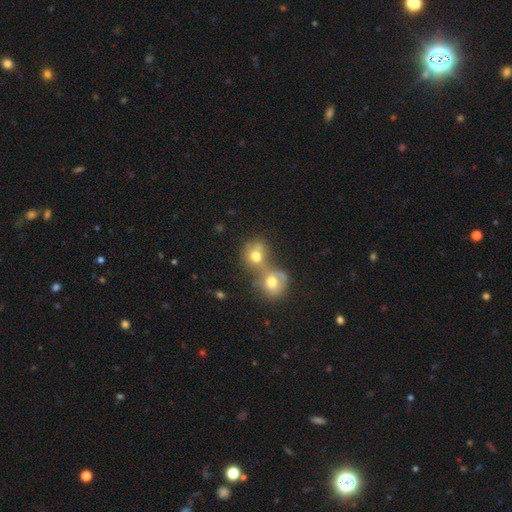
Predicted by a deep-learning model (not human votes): A smooth galaxy with no disk features (70%) that is round (71%). Merging: merger (67%).